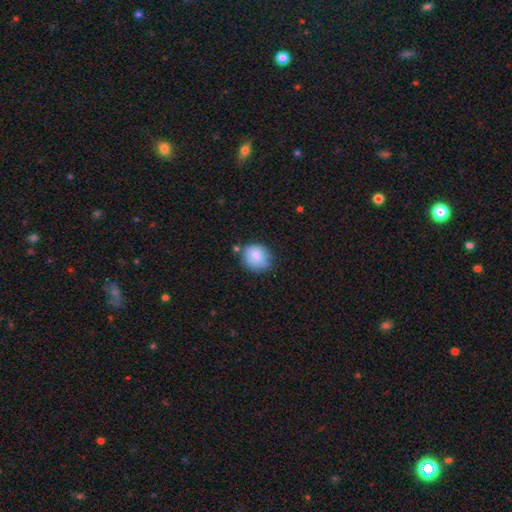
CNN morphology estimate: This is likely a smooth galaxy (76%). How rounded: likely round (73%). Merging: likely none (64%).